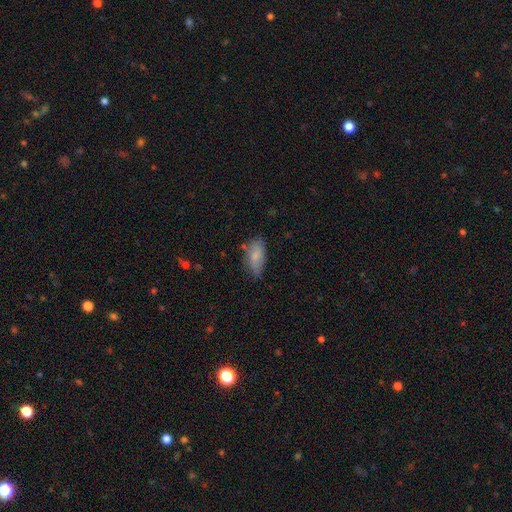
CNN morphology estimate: Smooth or featured?
  - smooth: 75% *
  - featured or disk: 18%
  - star or artifact: 7%
How rounded?
  - in between: 89% *
  - cigar-shaped: 8%
  - round: 3%
Merging?
  - none: 59% *
  - minor disturbance: 31%
  - major disturbance: 8%
  - merger: 3%